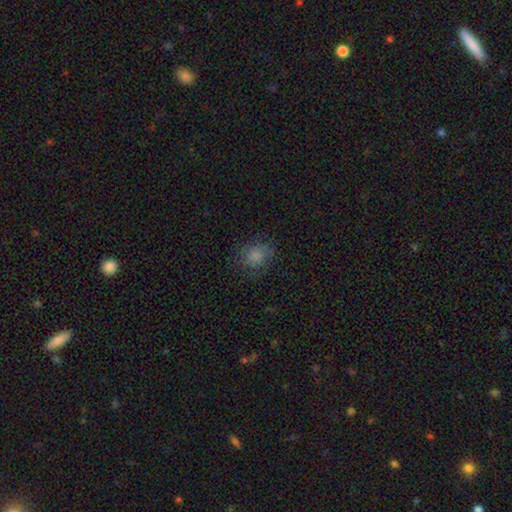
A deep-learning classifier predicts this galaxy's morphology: Smooth or featured? smooth (77%)
How rounded? round (64%)
Merging? none (71%)